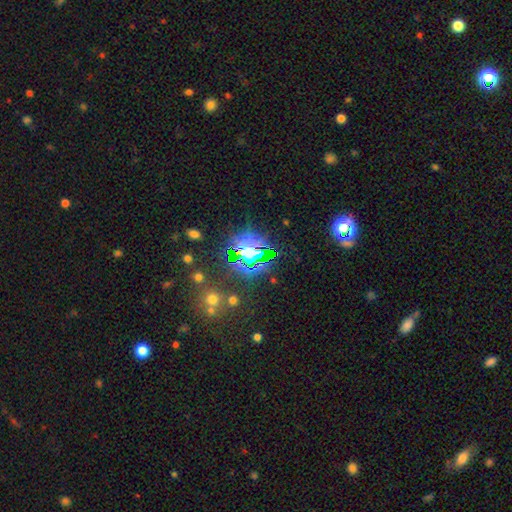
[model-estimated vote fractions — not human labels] This is likely a star or artifact rather than a galaxy (73%).